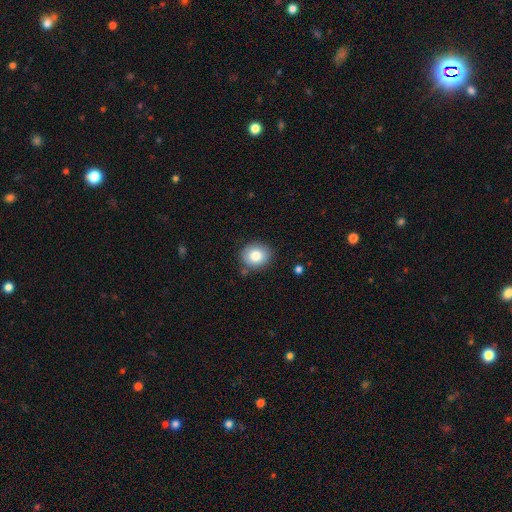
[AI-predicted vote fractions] Morphology: type=smooth (81%); roundness=round (75%); merging=none (82%).